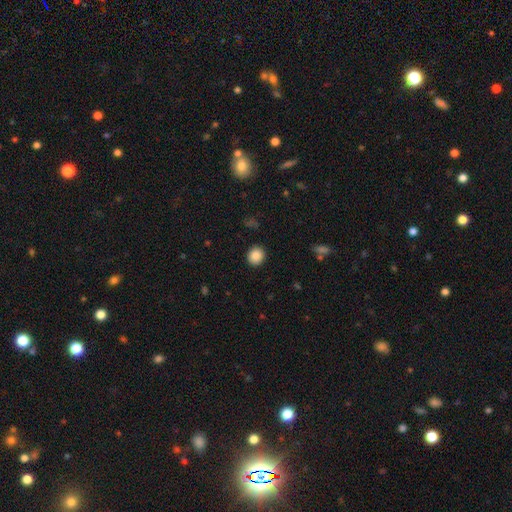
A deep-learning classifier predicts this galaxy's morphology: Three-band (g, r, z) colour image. It shows a smooth galaxy with no disk features (87%) that is round (84%). Merging: none (91%).